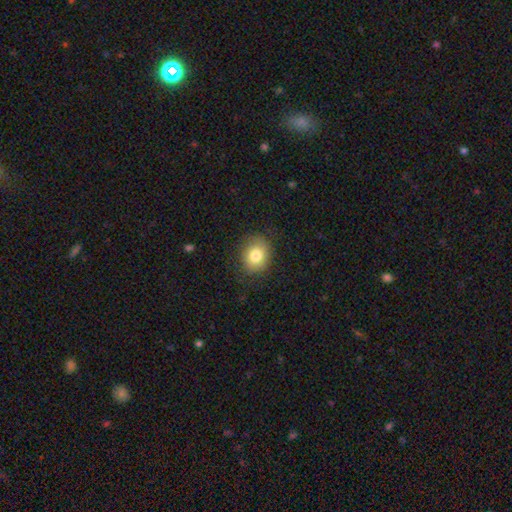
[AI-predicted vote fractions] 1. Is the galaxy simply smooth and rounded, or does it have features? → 81% smooth, 10% star or artifact, 10% featured or disk.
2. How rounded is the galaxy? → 59% round, 40% in between, 1% cigar-shaped.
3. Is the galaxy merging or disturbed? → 83% none, 13% minor disturbance, 4% major disturbance, 1% merger.